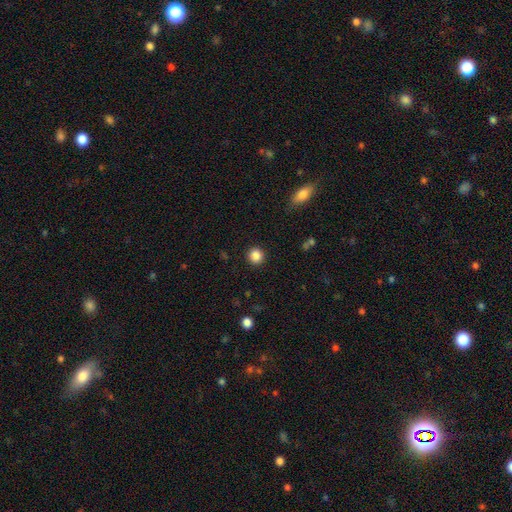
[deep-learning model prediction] smooth_or_featured: smooth (p=0.86) [alt: star or artifact p=0.11]
how_rounded: round (p=0.93) [alt: in between p=0.06]
merging: none (p=0.92) [alt: minor disturbance p=0.05]